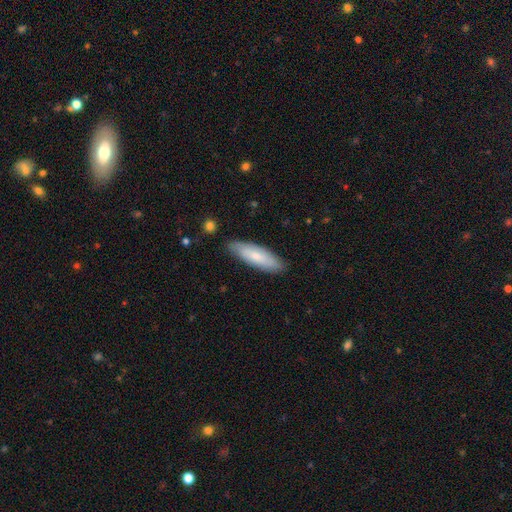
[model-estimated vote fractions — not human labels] This appears to be a smooth galaxy with no disk features (69%) that is cigar-shaped (56%). Merging: none (85%).